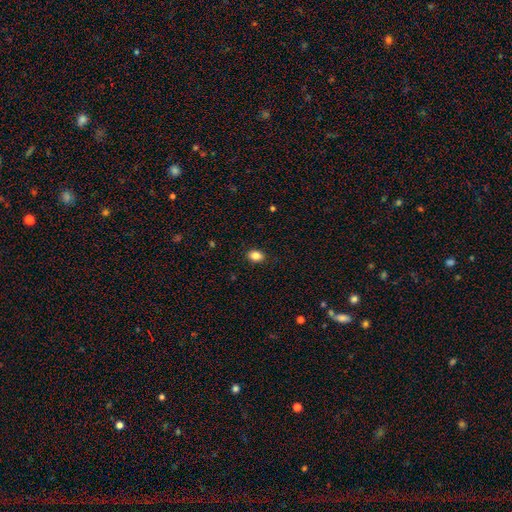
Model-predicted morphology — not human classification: Overall: smooth (86%). How rounded: in between (72%). Merging: none (89%).